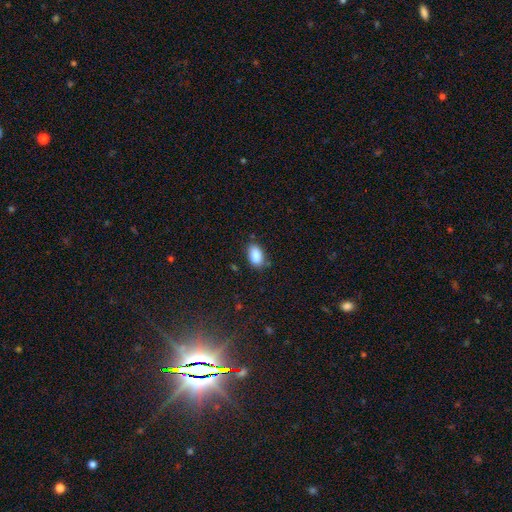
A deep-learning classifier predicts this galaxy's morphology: Overall: smooth (88%). How rounded: in between (92%). Merging: none (78%).